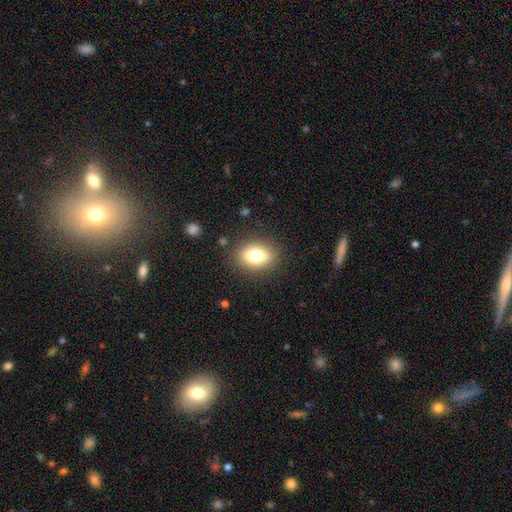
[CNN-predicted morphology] smooth 76%, featured or disk 14%, star or artifact 10%. Down the decision tree: how rounded — in between (75%); merging — none (85%).